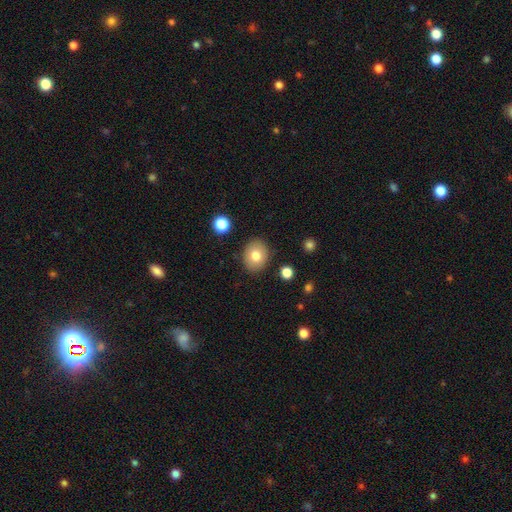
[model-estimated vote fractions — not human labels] smooth 79%, featured or disk 12%, star or artifact 9%. Down the decision tree: how rounded — round (59%); merging — none (87%).